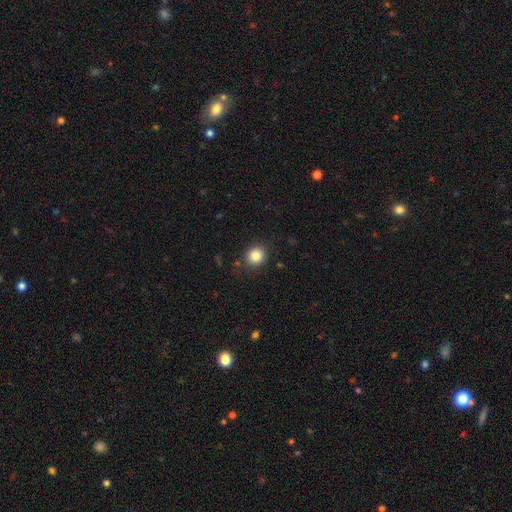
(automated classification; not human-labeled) Smooth or featured: smooth — 84% (star or artifact — 11%)
How rounded: round — 88% (in between — 11%)
Merging: none — 87% (minor disturbance — 8%)